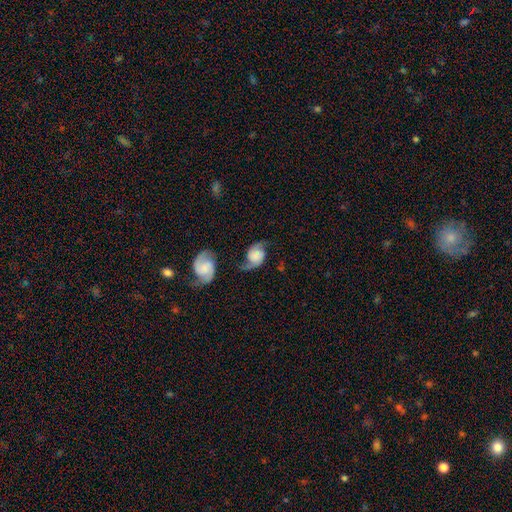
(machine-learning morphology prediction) Q: Smooth or featured?
A: featured or disk (71%); runner-up: smooth (22%)
Q: Edge-on disk?
A: no (97%); runner-up: yes (3%)
Q: Bar?
A: no (69%); runner-up: weak (25%)
Q: Spiral arms?
A: yes (94%); runner-up: no (6%)
Q: Spiral winding?
A: loose (47%); runner-up: medium (38%)
Q: Spiral arm count?
A: 2 (91%); runner-up: 1 (4%)
Q: Bulge size?
A: none (38%); runner-up: small (19%)
Q: Merging?
A: none (51%); runner-up: minor disturbance (22%)